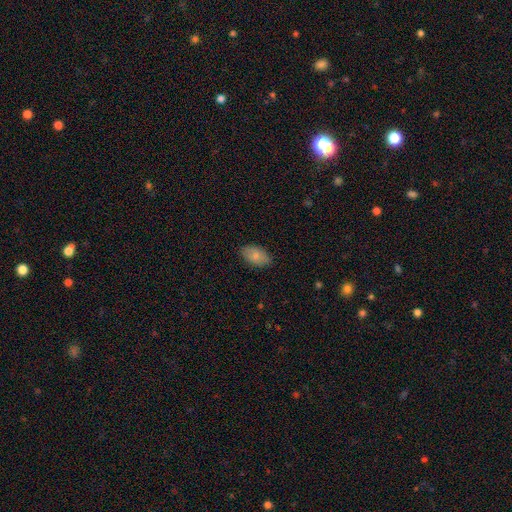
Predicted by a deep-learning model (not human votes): Smooth or featured? smooth (81%)
How rounded? in between (93%)
Merging? none (84%)